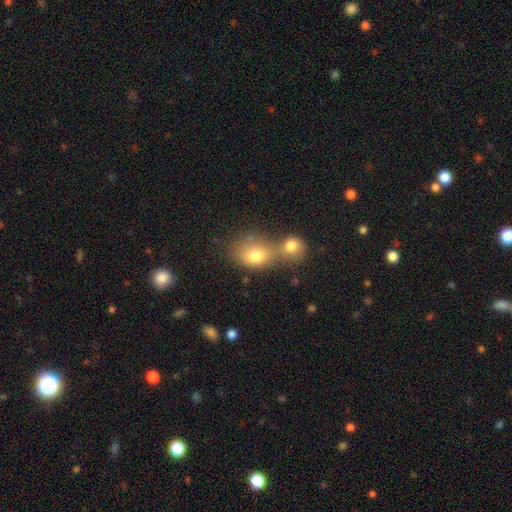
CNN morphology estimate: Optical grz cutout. It shows a smooth galaxy with no disk features (77%) that is in between round and cigar-shaped (56%). Merging: merger (54%).